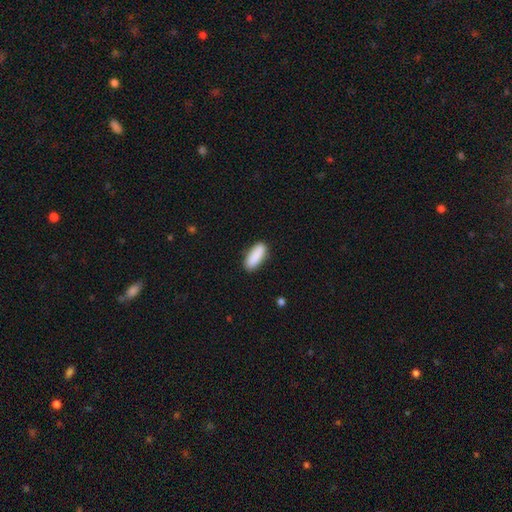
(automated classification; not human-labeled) This appears to be a smooth galaxy with no disk features (90%) that is in between round and cigar-shaped (72%). Merging: none (86%).